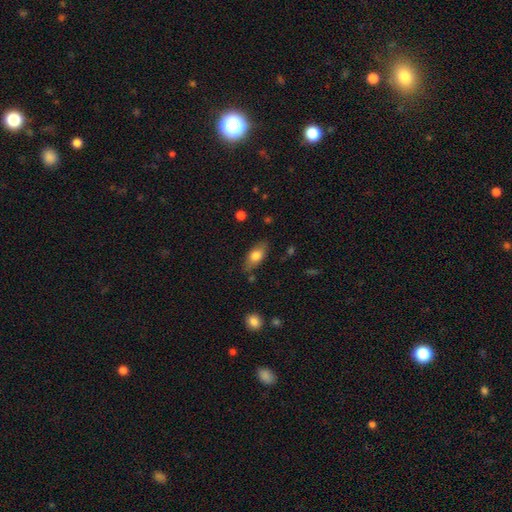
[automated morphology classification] Smooth or featured?
  - smooth: 72% *
  - featured or disk: 21%
  - star or artifact: 7%
How rounded?
  - in between: 85% *
  - cigar-shaped: 10%
  - round: 5%
Merging?
  - none: 78% *
  - minor disturbance: 16%
  - major disturbance: 4%
  - merger: 2%